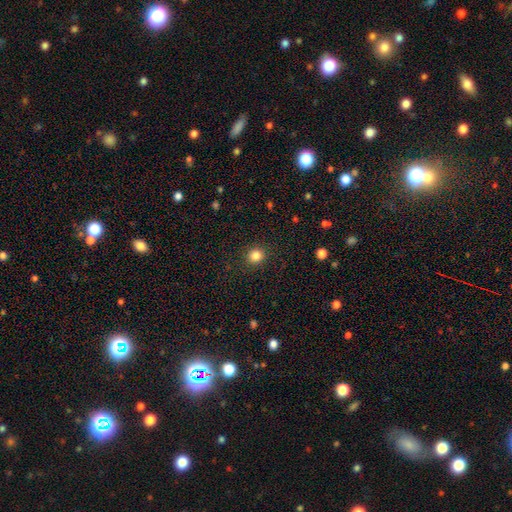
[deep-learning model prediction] Smooth or featured? smooth (84%)
How rounded? round (84%)
Merging? none (90%)